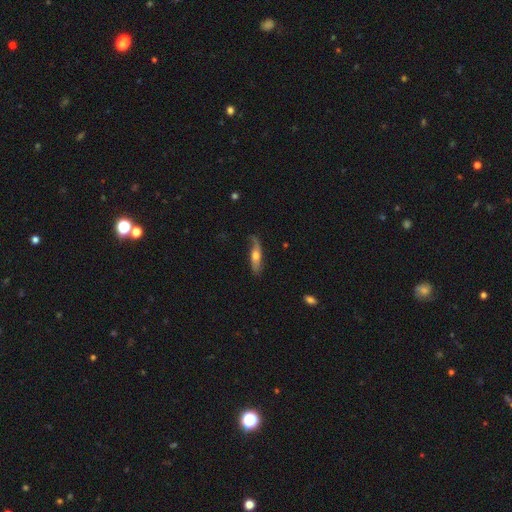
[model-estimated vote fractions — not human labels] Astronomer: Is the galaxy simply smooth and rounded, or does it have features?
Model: featured or disk — 58% (runner-up: smooth, 35%).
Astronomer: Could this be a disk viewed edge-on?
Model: yes — 52% (runner-up: no, 48%).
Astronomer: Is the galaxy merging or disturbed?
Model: none — 62%.